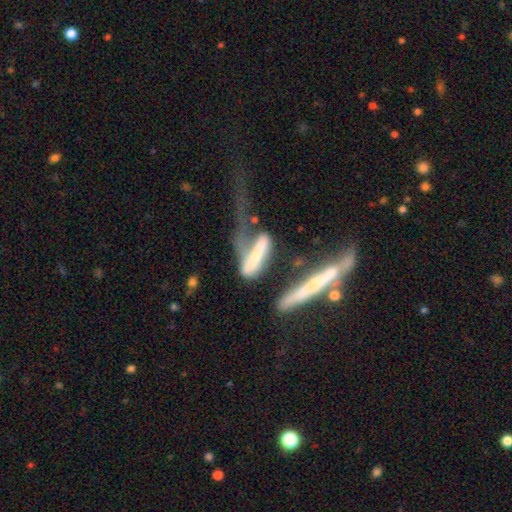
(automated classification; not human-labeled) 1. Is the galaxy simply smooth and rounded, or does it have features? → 51% featured or disk, 40% smooth, 9% star or artifact.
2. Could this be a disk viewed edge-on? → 57% no, 43% yes.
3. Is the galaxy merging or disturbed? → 44% major disturbance, 32% merger, 13% none, 11% minor disturbance.